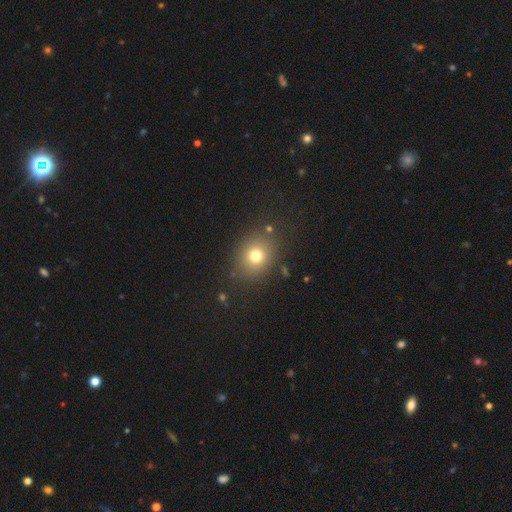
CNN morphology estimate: Smooth or featured?
  - smooth: 75% *
  - star or artifact: 16%
  - featured or disk: 10%
How rounded?
  - round: 62% *
  - in between: 37%
  - cigar-shaped: 1%
Merging?
  - none: 83% *
  - minor disturbance: 10%
  - major disturbance: 4%
  - merger: 3%